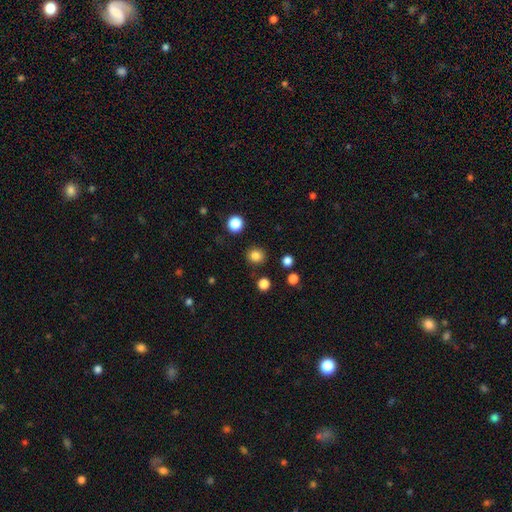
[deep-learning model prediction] Smooth or featured? smooth (83%)
How rounded? round (87%)
Merging? none (88%)